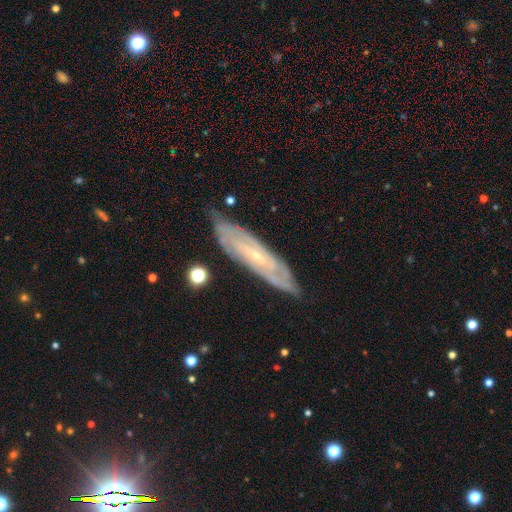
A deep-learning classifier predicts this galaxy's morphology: The model was most divided on "bar": no: 48%, weak: 35%, strong: 16%. Remaining: spiral arms — yes (90%); bulge size — small (82%); merging — none (80%); smooth or featured — featured or disk (79%); edge-on disk — no (73%); spiral winding — tight (69%); spiral arm count — can't tell (48%).